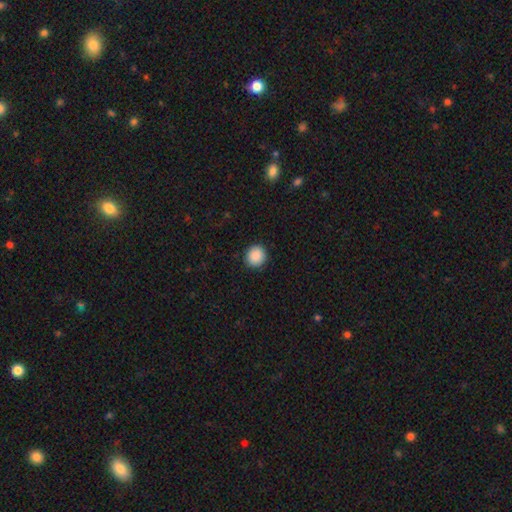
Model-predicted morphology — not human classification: A smooth galaxy with no disk features (89%) that is round (89%).

Vote fractions:
- Smooth or featured? smooth: 89% / star or artifact: 8% / featured or disk: 2%
- How rounded? round: 89% / in between: 10% / cigar-shaped: 1%
- Merging? none: 91% / minor disturbance: 6% / major disturbance: 2% / merger: 1%